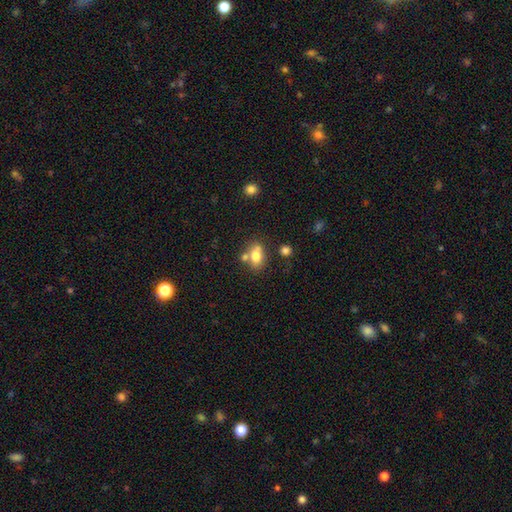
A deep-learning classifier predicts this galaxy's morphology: Smooth or featured?
  - smooth: 75% *
  - featured or disk: 15%
  - star or artifact: 10%
How rounded?
  - in between: 72% *
  - round: 27%
  - cigar-shaped: 2%
Merging?
  - none: 54% *
  - merger: 28%
  - minor disturbance: 14%
  - major disturbance: 4%